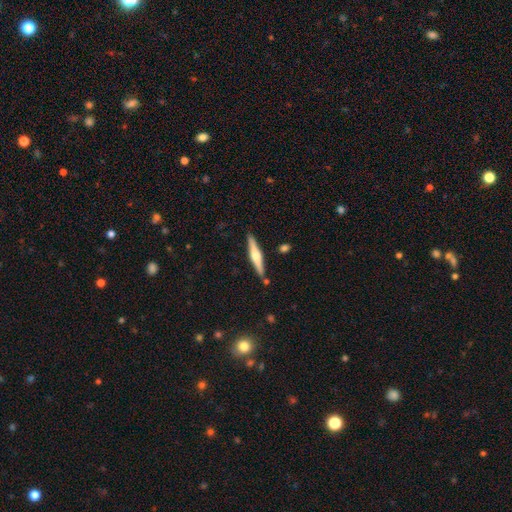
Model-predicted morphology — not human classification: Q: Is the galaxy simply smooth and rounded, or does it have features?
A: featured or disk — 62%.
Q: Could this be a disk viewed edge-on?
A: yes — 97%.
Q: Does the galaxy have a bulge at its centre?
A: rounded — 87%.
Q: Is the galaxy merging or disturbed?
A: none — 87%.